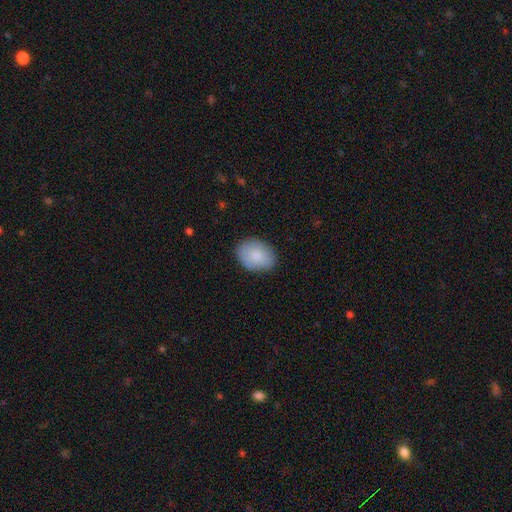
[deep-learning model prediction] This appears to be a smooth galaxy with no disk features (85%) that is in between round and cigar-shaped (73%). Merging: none (84%).